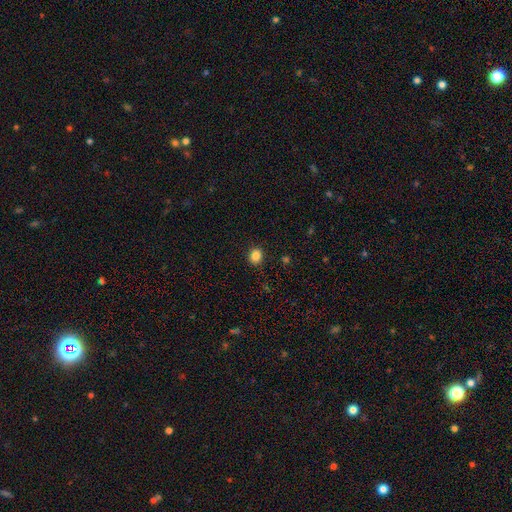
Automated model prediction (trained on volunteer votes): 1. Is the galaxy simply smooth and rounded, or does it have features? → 85% smooth, 11% star or artifact, 4% featured or disk.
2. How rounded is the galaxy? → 67% round, 32% in between, 1% cigar-shaped.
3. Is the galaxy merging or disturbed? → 90% none, 7% minor disturbance, 2% major disturbance, 1% merger.